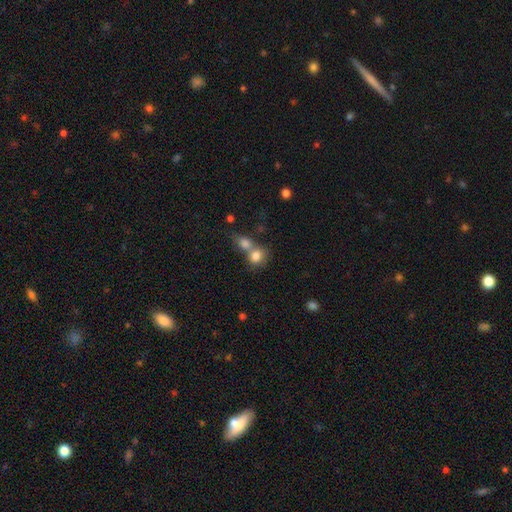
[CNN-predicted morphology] smooth-or-featured: smooth: 79% | featured or disk: 11% | star or artifact: 10%
  how-rounded: round: 66% | in between: 33% | cigar-shaped: 1%
  merging: merger: 60% | none: 30% | minor disturbance: 7% | major disturbance: 3%